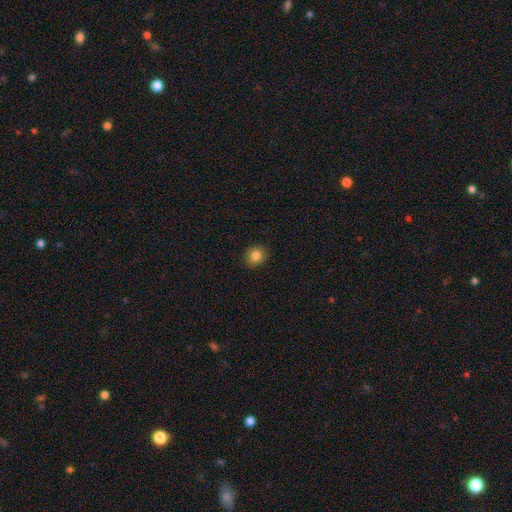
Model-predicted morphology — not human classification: A smooth galaxy with no disk features (84%) that is round (80%). Merging: none (90%).